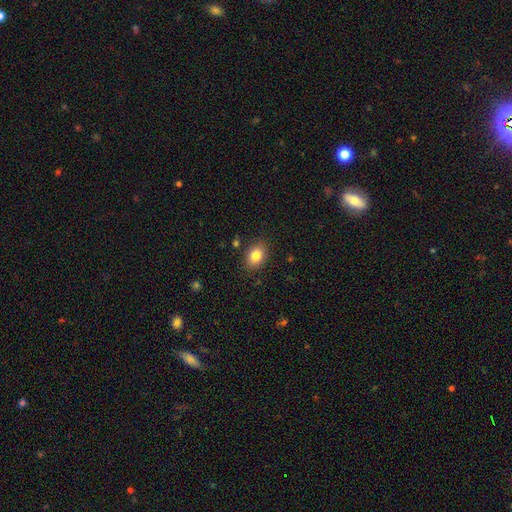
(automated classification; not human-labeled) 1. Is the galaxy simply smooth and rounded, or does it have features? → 84% smooth, 9% star or artifact, 7% featured or disk.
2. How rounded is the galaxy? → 72% in between, 27% round, 1% cigar-shaped.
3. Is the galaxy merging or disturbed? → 86% none, 10% minor disturbance, 3% major disturbance, 1% merger.